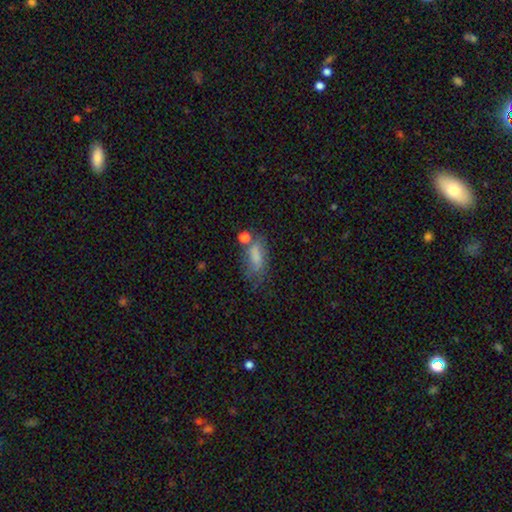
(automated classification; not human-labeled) This is likely a smooth galaxy (74%). How rounded: likely in between (78%). Merging: possibly none (47%).